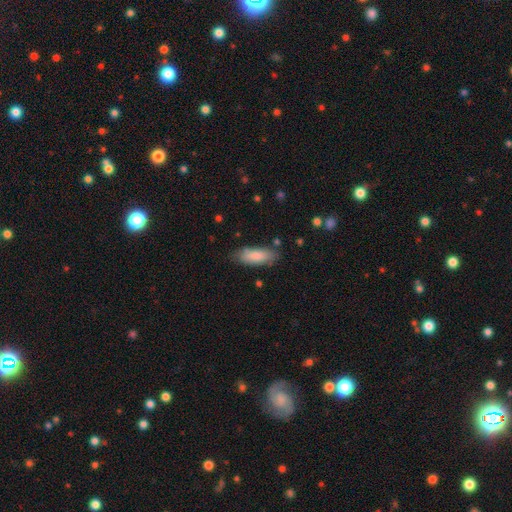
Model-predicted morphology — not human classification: This appears to be a smooth galaxy with no disk features (84%) that is in between round and cigar-shaped (69%). Merging: none (77%).